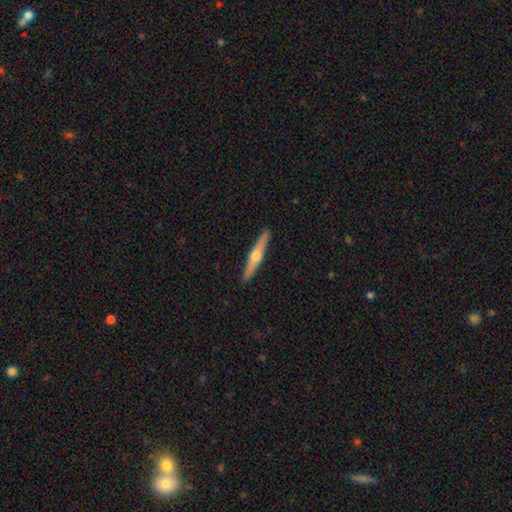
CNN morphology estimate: type=featured or disk (60%); edge-on=yes (96%); edge-on bulge=rounded (91%); merging=none (92%).